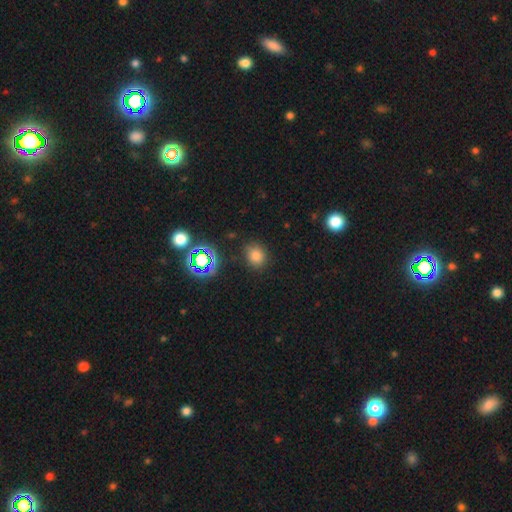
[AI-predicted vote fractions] The model was most divided on "how rounded": round: 67%, in between: 32%, cigar-shaped: 1%. More confident: merging — none (85%); smooth or featured — smooth (75%).